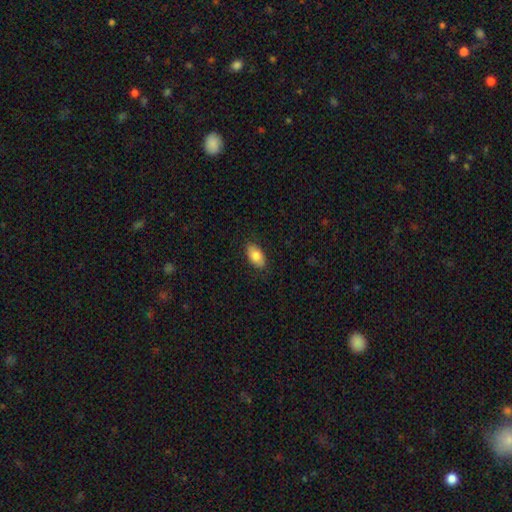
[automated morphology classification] Q: Smooth or featured?
A: smooth (83%); runner-up: featured or disk (10%)
Q: How rounded?
A: in between (93%); runner-up: round (5%)
Q: Merging?
A: none (85%); runner-up: minor disturbance (11%)